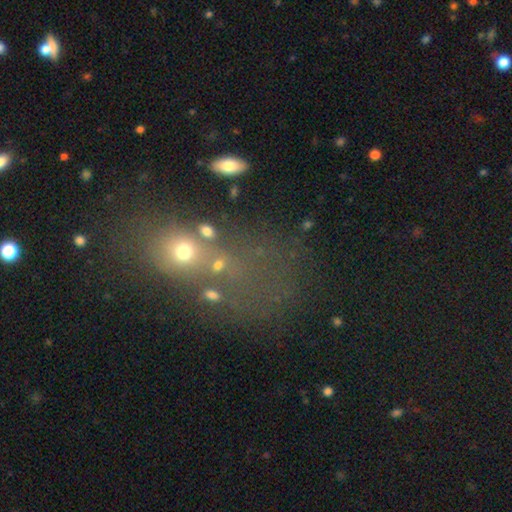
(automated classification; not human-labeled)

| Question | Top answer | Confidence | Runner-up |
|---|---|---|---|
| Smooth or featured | star or artifact | 45% | smooth (36%) |